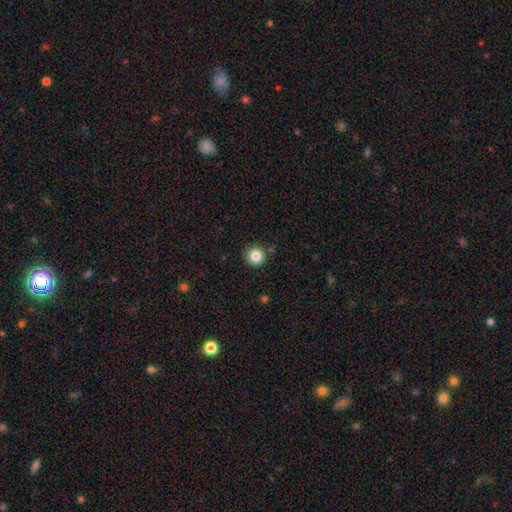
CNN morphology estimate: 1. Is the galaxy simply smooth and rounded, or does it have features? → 85% smooth, 11% star or artifact, 4% featured or disk.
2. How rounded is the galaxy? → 95% round, 4% in between, 1% cigar-shaped.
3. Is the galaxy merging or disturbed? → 89% none, 7% minor disturbance, 2% major disturbance, 2% merger.